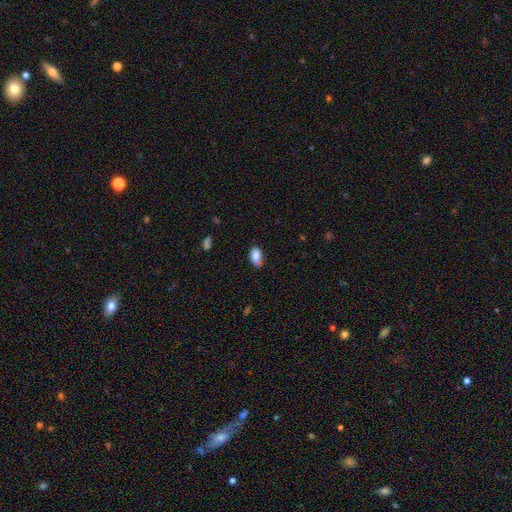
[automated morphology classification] smooth 85%, featured or disk 8%, star or artifact 8%. Down the decision tree: how rounded — in between (93%); merging — none (64%).